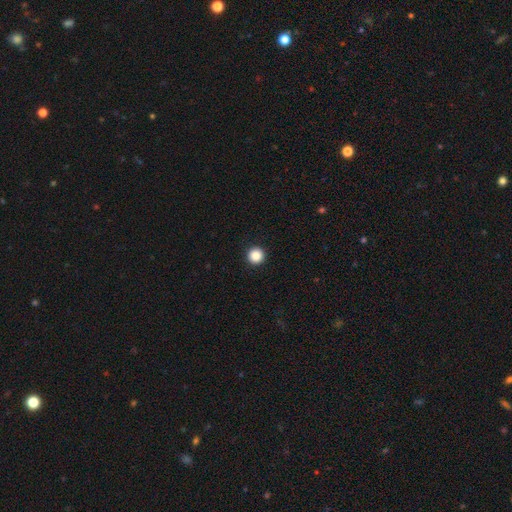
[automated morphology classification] smooth_or_featured: smooth (p=0.87) [alt: star or artifact p=0.10]
how_rounded: round (p=0.96) [alt: in between p=0.03]
merging: none (p=0.94) [alt: minor disturbance p=0.04]